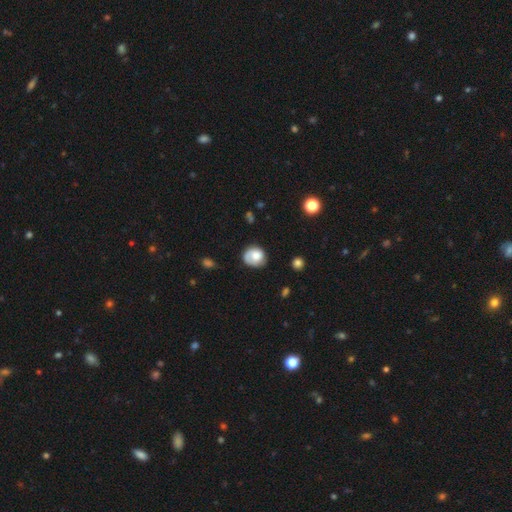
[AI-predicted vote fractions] smooth-or-featured: smooth: 69% | featured or disk: 23% | star or artifact: 8%
  how-rounded: round: 78% | in between: 21% | cigar-shaped: 1%
  merging: none: 62% | minor disturbance: 26% | major disturbance: 9% | merger: 2%